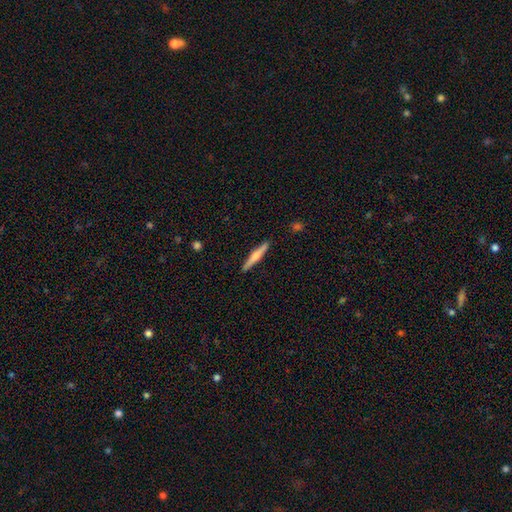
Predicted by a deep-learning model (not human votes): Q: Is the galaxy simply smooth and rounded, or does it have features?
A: featured or disk — 49%.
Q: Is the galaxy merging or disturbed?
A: none — 91%.